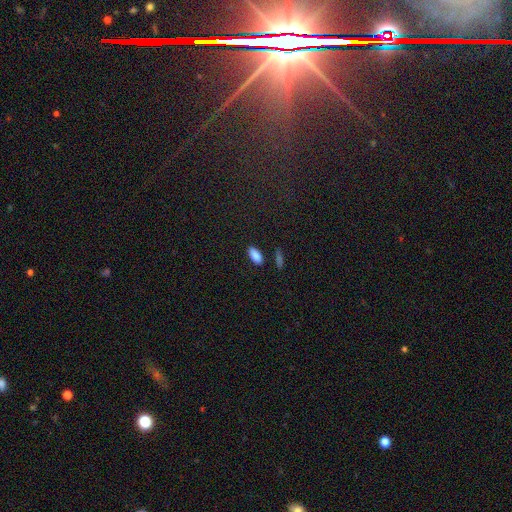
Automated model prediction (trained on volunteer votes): Overall: smooth (86%). How rounded: in between (88%). Merging: none (82%).